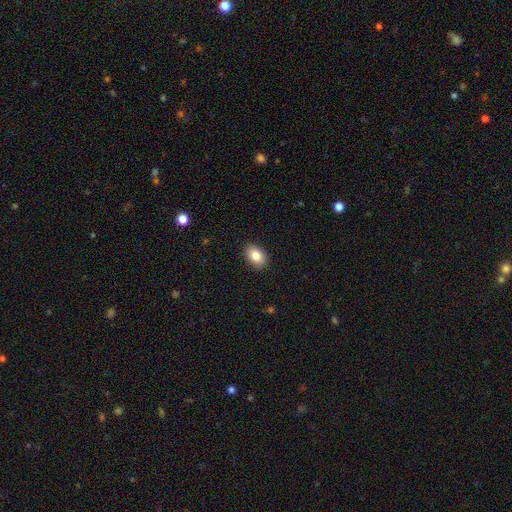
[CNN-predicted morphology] A smooth galaxy with no disk features (84%) that is in between round and cigar-shaped (82%).

Vote fractions:
- Smooth or featured? smooth: 84% / star or artifact: 8% / featured or disk: 8%
- How rounded? in between: 82% / round: 17% / cigar-shaped: 1%
- Merging? none: 89% / minor disturbance: 8% / major disturbance: 2% / merger: 1%